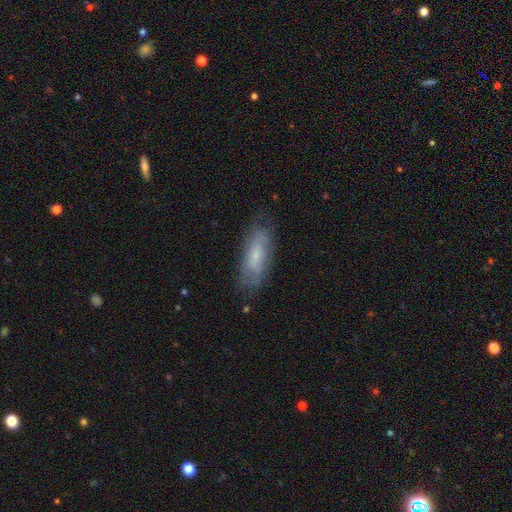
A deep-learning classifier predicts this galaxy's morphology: smooth-or-featured: smooth: 59% | featured or disk: 33% | star or artifact: 8%
  how-rounded: in between: 61% | cigar-shaped: 37% | round: 2%
  merging: none: 73% | minor disturbance: 19% | major disturbance: 6% | merger: 1%